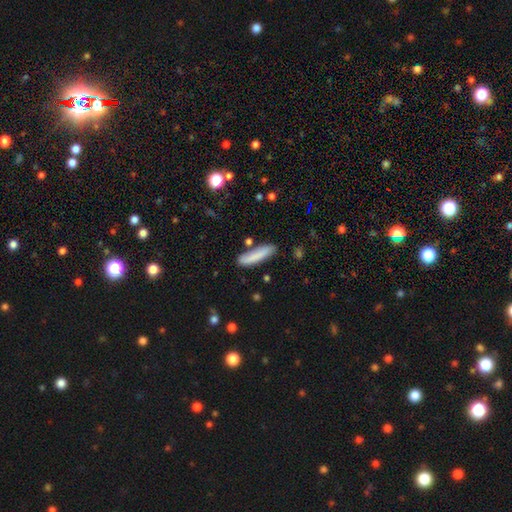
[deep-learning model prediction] A smooth galaxy with no disk features (81%) that is cigar-shaped (82%). Merging: none (80%).